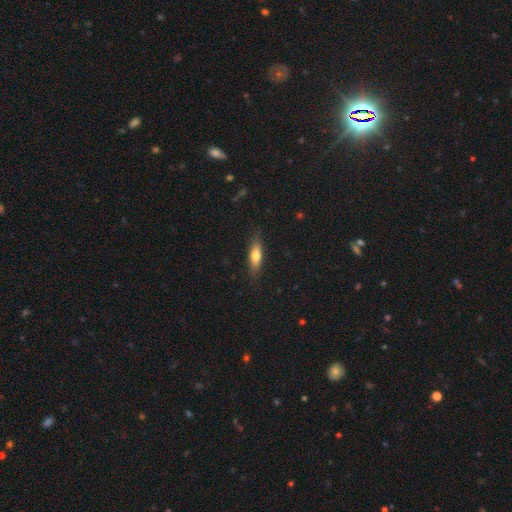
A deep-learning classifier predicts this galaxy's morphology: Smooth or featured? smooth (67%)
How rounded? cigar-shaped (56%)
Merging? none (84%)